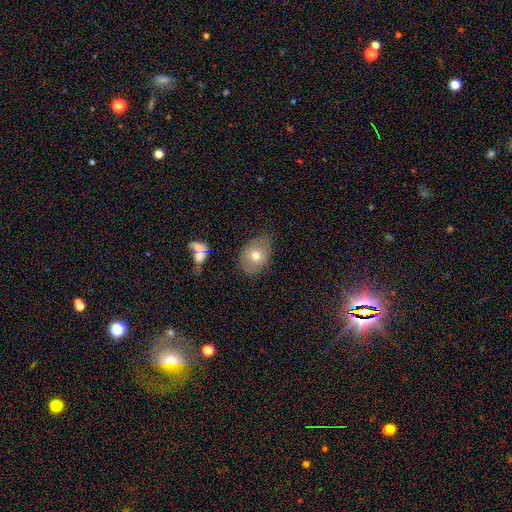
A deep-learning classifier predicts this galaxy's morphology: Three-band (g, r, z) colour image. It shows a smooth galaxy with no disk features (69%) that is in between round and cigar-shaped (76%). Merging: none (74%).